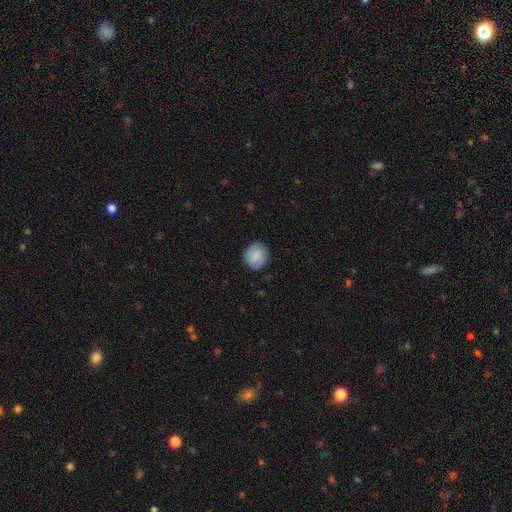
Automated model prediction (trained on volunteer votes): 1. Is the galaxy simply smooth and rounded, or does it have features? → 83% smooth, 10% featured or disk, 7% star or artifact.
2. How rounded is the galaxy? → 88% round, 11% in between, 1% cigar-shaped.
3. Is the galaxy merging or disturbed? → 86% none, 11% minor disturbance, 2% major disturbance, 1% merger.